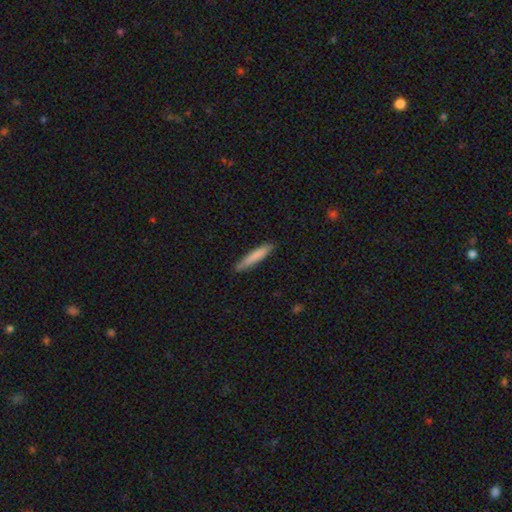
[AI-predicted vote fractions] Overall: smooth (80%). How rounded: cigar-shaped (92%). Merging: none (87%).